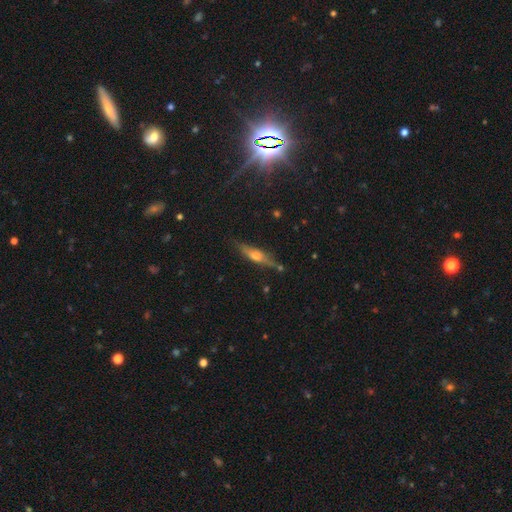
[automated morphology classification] A featured or disk galaxy (61%) viewed edge-on (92%) with a rounded central bulge (85%).

Vote fractions:
- Smooth or featured? featured or disk: 61% / smooth: 29% / star or artifact: 10%
- Edge-on disk? yes: 92% / no: 8%
- Edge-on bulge? rounded: 85% / boxy: 9% / none: 6%
- Merging? none: 79% / minor disturbance: 14% / major disturbance: 3% / merger: 3%